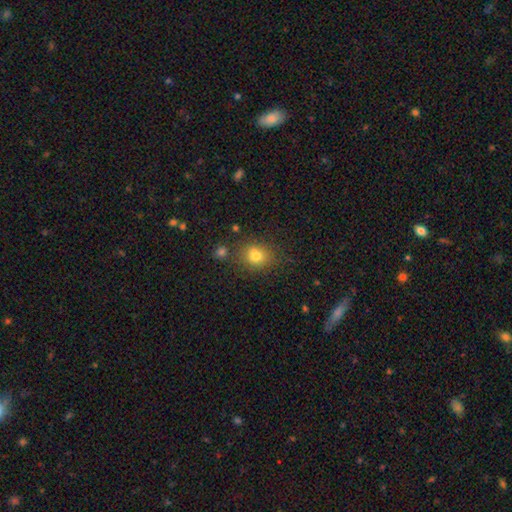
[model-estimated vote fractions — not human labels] Smooth or featured: smooth — 76% (star or artifact — 14%)
How rounded: round — 63% (in between — 36%)
Merging: none — 68% (minor disturbance — 15%)